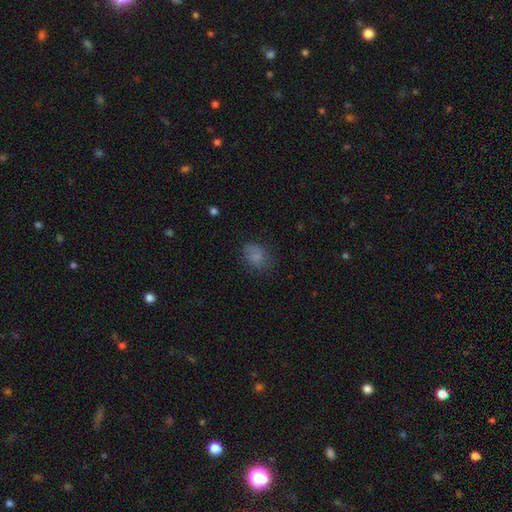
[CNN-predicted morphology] smooth-or-featured: smooth: 69% | featured or disk: 18% | star or artifact: 12%
  how-rounded: in between: 65% | round: 34% | cigar-shaped: 1%
  merging: none: 62% | minor disturbance: 25% | major disturbance: 12% | merger: 2%